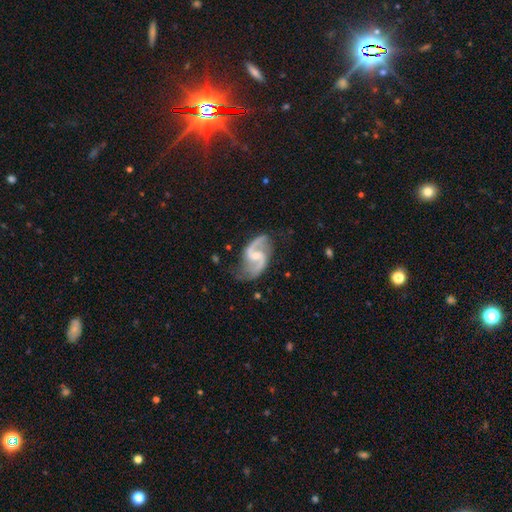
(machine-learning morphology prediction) Smooth or featured: featured or disk — 93% (star or artifact — 4%)
Edge-on disk: no — 98% (yes — 2%)
Bar: weak — 52% (no — 32%)
Spiral arms: yes — 98% (no — 2%)
Spiral winding: medium — 48% (loose — 44%)
Spiral arm count: 2 — 94% (can't tell — 2%)
Bulge size: small — 55% (moderate — 37%)
Merging: none — 72% (minor disturbance — 19%)